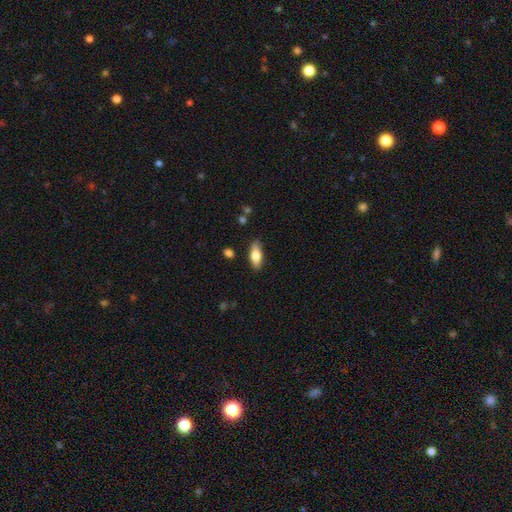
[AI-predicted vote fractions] smooth_or_featured: smooth (p=0.72) [alt: featured or disk p=0.22]
how_rounded: in between (p=0.78) [alt: cigar-shaped p=0.20]
merging: none (p=0.83) [alt: minor disturbance p=0.13]